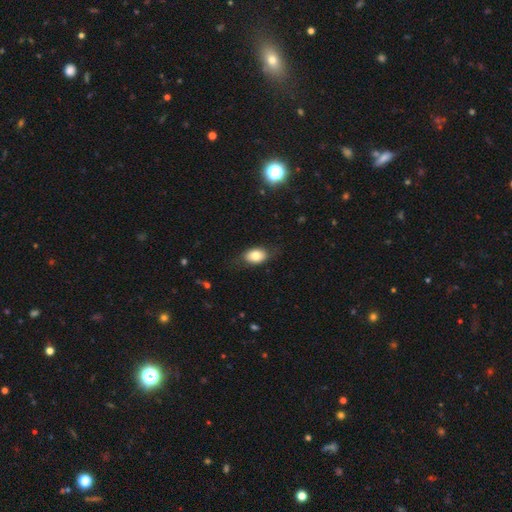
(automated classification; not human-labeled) This appears to be a smooth galaxy with no disk features (78%) that is in between round and cigar-shaped (84%). Merging: none (77%).